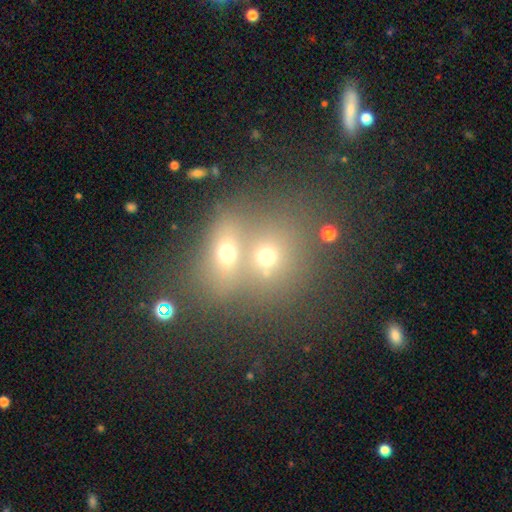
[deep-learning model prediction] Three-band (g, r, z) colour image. It shows a smooth galaxy with no disk features (51%) that is round (64%). Merging: merger (62%).